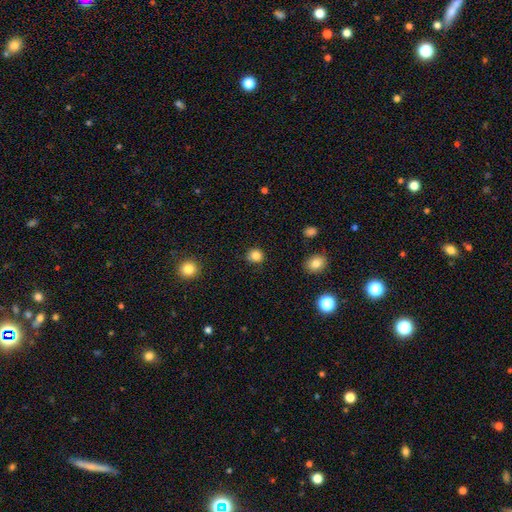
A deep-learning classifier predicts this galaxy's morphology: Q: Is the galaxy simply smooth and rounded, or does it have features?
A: smooth — 84%.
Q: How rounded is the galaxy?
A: round — 86%.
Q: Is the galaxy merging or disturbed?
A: none — 85%.